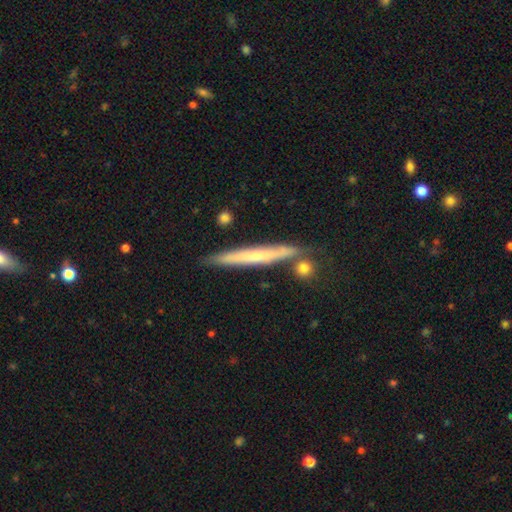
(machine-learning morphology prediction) smooth-or-featured: smooth: 47% (tied) | featured or disk: 47% (tied) | star or artifact: 7%
  merging: none: 80% | minor disturbance: 11% | merger: 7% | major disturbance: 2%